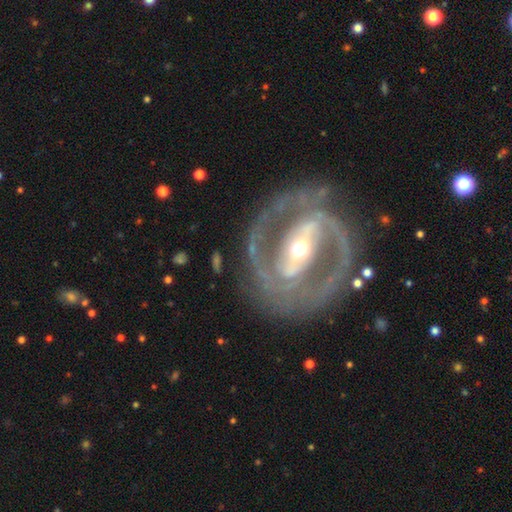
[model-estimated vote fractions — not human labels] A featured or disk galaxy (90%) with a strong bar (66%), 2 (87%) tight (46%) spiral arms (94%) and a moderate central bulge (53%).

Vote fractions:
- Smooth or featured? featured or disk: 90% / smooth: 5% / star or artifact: 5%
- Edge-on disk? no: 96% / yes: 4%
- Bar? strong: 66% / weak: 23% / no: 11%
- Spiral arms? yes: 94% / no: 6%
- Spiral winding? tight: 46% / medium: 44% / loose: 10%
- Spiral arm count? 2: 87% / can't tell: 5% / 3: 4% / 1: 2% / 4: 1% / more than 4: 1%
- Bulge size? moderate: 53% / small: 39% / large: 6% / dominant: 1% / none: 1%
- Merging? none: 78% / minor disturbance: 13% / major disturbance: 7% / merger: 2%